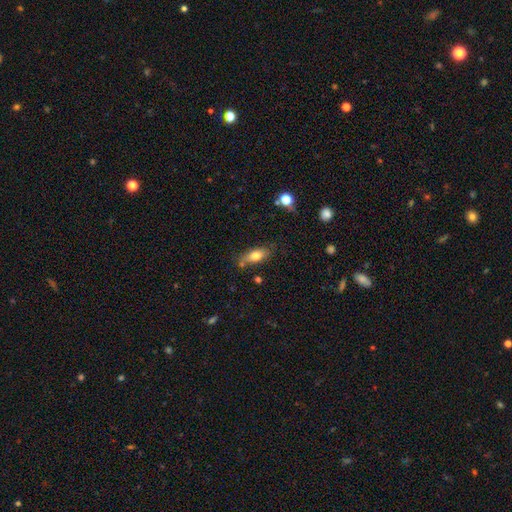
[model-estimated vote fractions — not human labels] smooth-or-featured: smooth: 75% | featured or disk: 17% | star or artifact: 8%
  how-rounded: in between: 80% | cigar-shaped: 16% | round: 4%
  merging: none: 69% | minor disturbance: 20% | merger: 7% | major disturbance: 5%